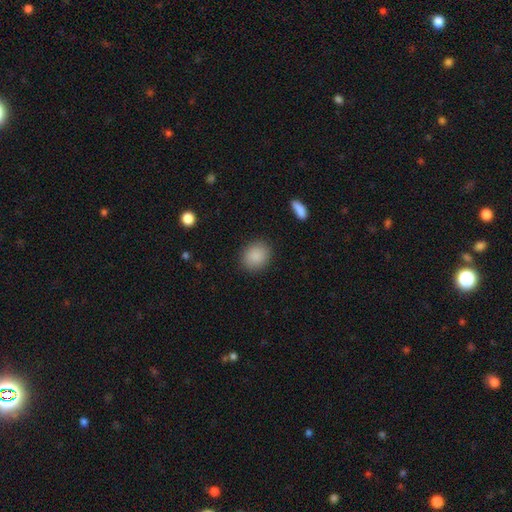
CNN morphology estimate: Smooth or featured?
  - smooth: 88% *
  - star or artifact: 8%
  - featured or disk: 4%
How rounded?
  - round: 67% *
  - in between: 32%
  - cigar-shaped: 1%
Merging?
  - none: 88% *
  - minor disturbance: 8%
  - major disturbance: 3%
  - merger: 1%